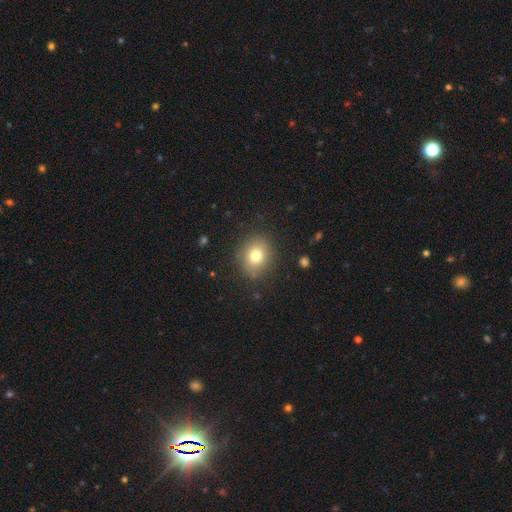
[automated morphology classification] Overall: smooth (77%). How rounded: round (71%). Merging: none (86%).